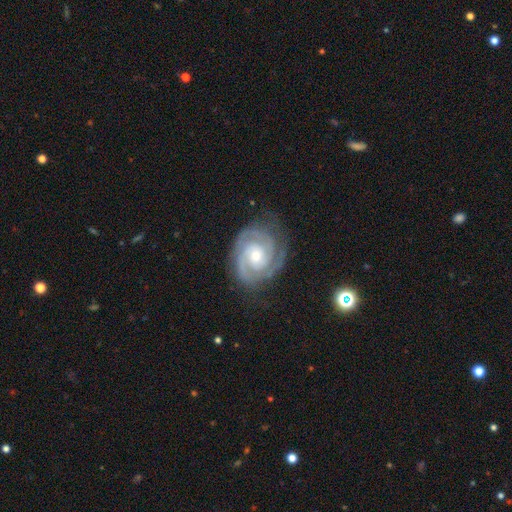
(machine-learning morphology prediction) smooth_or_featured: featured or disk (p=0.91) [alt: smooth p=0.05]
disk_edge_on: no (p=0.98) [alt: yes p=0.02]
bar: no (p=0.68) [alt: weak p=0.25]
has_spiral_arms: yes (p=0.98) [alt: no p=0.02]
spiral_winding: tight (p=0.73) [alt: medium p=0.24]
spiral_arm_count: 2 (p=0.54) [alt: 3 p=0.28]
bulge_size: small (p=0.52) [alt: moderate p=0.44]
merging: none (p=0.78) [alt: minor disturbance p=0.16]